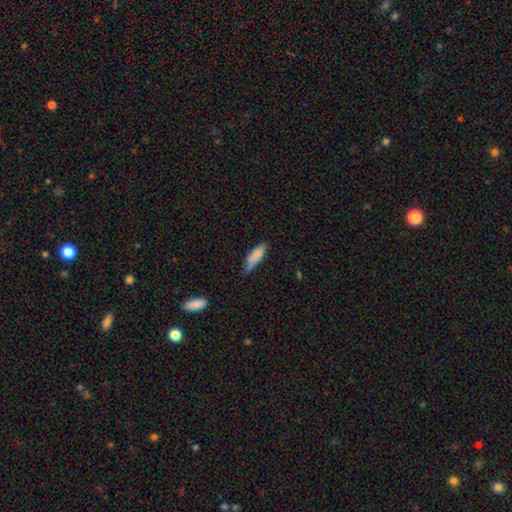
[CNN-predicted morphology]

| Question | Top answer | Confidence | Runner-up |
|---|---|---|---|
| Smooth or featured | smooth | 81% | featured or disk (12%) |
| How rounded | in between | 58% | cigar-shaped (40%) |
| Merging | none | 56% | minor disturbance (35%) |